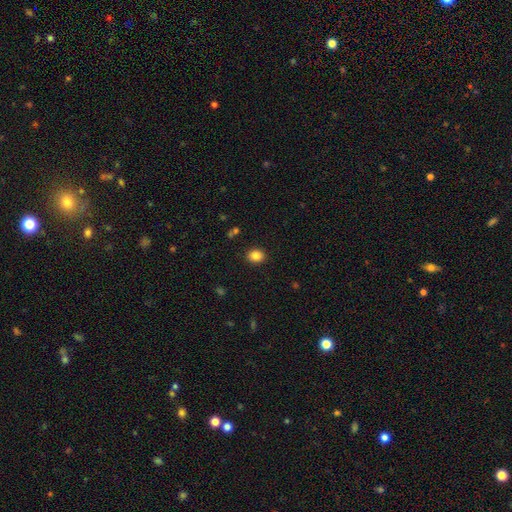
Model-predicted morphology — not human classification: This appears to be a smooth galaxy with no disk features (86%) that is round (59%). Merging: none (89%).